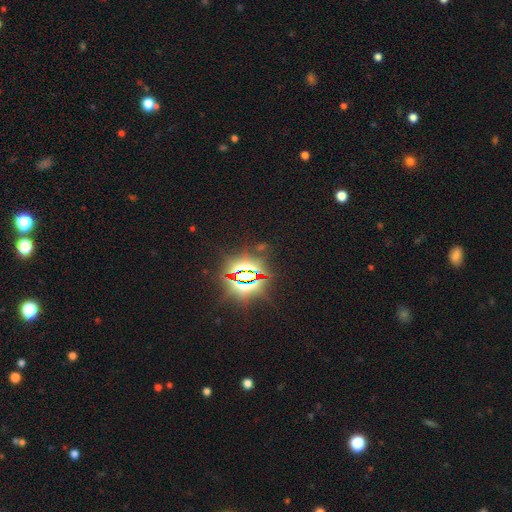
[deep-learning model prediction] A star or artifact, not a galaxy (85%).

Vote fractions:
- Smooth or featured? star or artifact: 85% / smooth: 9% / featured or disk: 6%